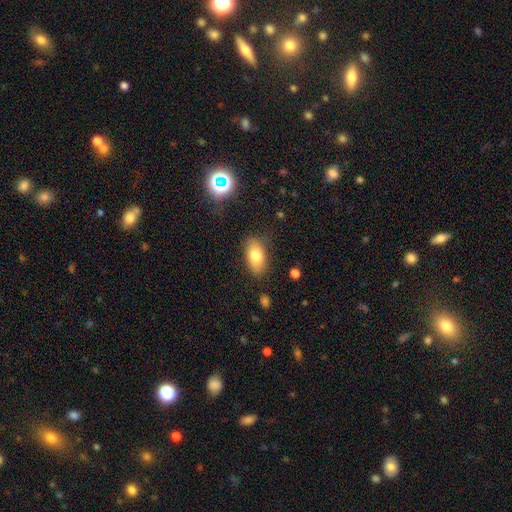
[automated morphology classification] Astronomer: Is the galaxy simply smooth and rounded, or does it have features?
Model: smooth — 76%.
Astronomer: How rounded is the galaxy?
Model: in between — 89%.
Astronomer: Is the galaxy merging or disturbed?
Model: none — 82%.